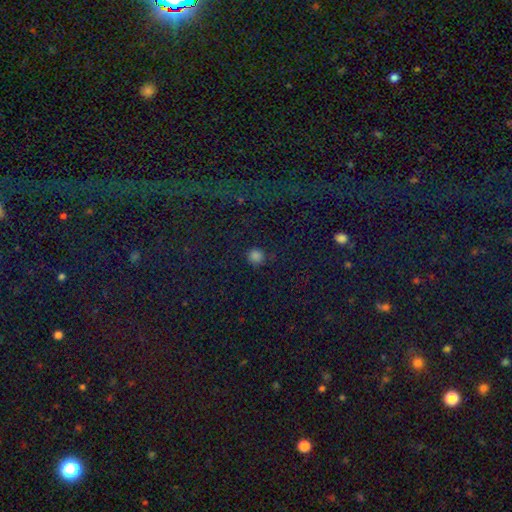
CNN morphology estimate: Smooth or featured? smooth (77%)
How rounded? round (93%)
Merging? none (86%)